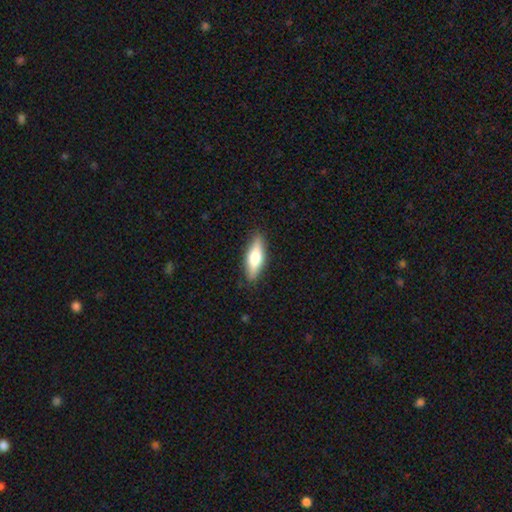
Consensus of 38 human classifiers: Morphology: type=smooth (61%); roundness=cigar-shaped (52%); merging=none (81%).